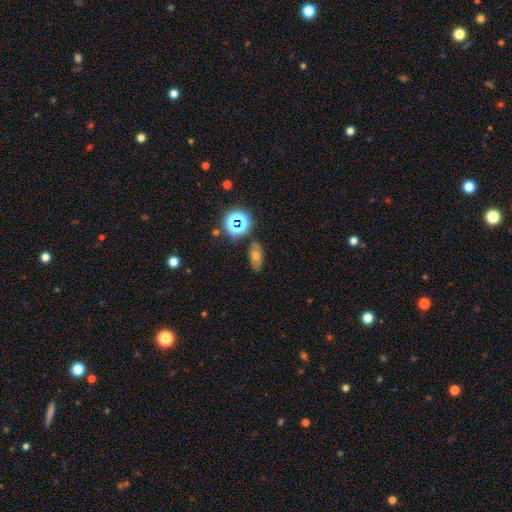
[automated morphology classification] This appears to be a smooth galaxy with no disk features (39%). Merging: none (82%).